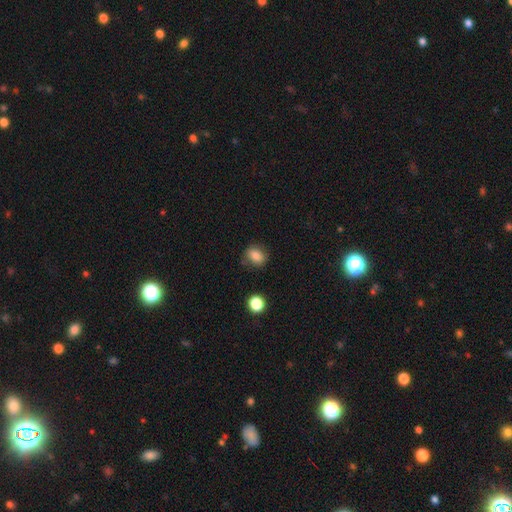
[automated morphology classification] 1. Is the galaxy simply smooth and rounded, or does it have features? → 82% smooth, 10% star or artifact, 7% featured or disk.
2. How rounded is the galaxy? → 50% round, 49% in between, 1% cigar-shaped.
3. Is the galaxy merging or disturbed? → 79% none, 15% minor disturbance, 4% major disturbance, 2% merger.